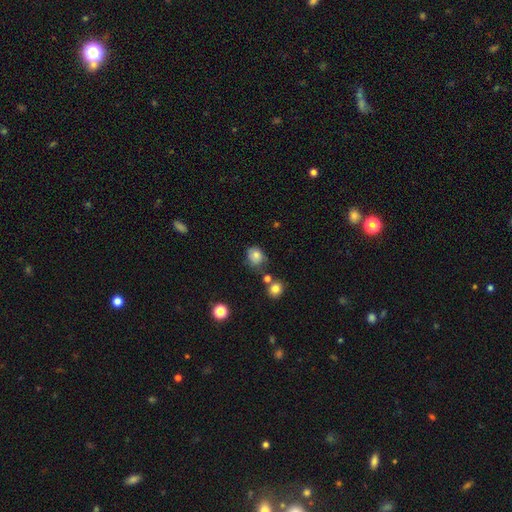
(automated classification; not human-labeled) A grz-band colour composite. It shows a smooth galaxy with no disk features (78%) that is round (56%). Merging: none (56%).